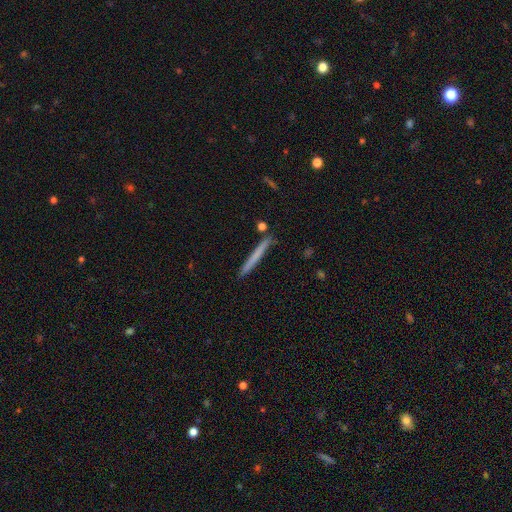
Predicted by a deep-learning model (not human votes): A smooth galaxy with no disk features (63%) that is cigar-shaped (97%).

Vote fractions:
- Smooth or featured? smooth: 63% / featured or disk: 32% / star or artifact: 6%
- How rounded? cigar-shaped: 97% / in between: 2% / round: 1%
- Merging? none: 88% / minor disturbance: 8% / merger: 3% / major disturbance: 2%